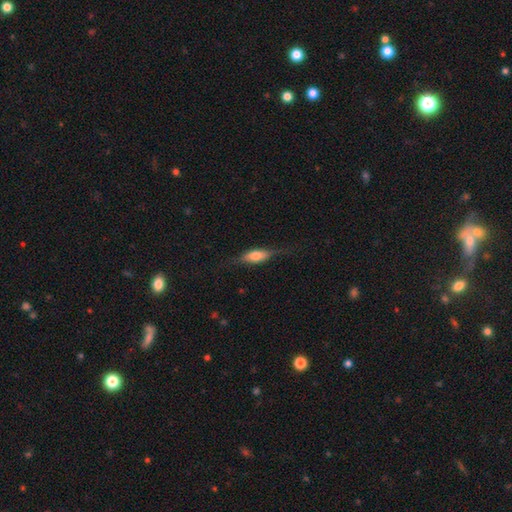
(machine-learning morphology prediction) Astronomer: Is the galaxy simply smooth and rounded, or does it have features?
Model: smooth — 51% (runner-up: featured or disk, 42%).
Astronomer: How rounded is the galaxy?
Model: in between — 58% (runner-up: cigar-shaped, 37%).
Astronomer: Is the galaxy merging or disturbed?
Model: none — 69%.